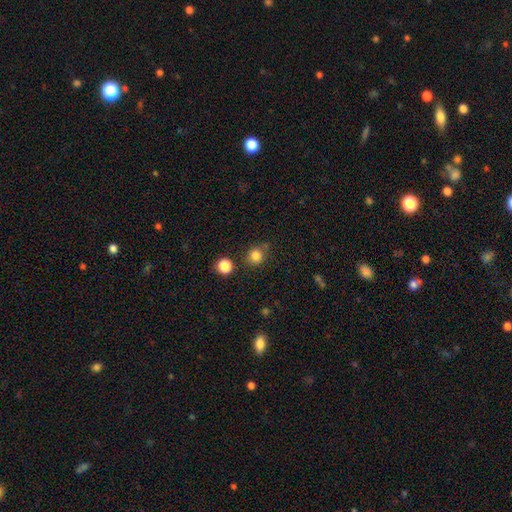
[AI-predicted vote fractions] A smooth galaxy with no disk features (82%) that is round (79%). Merging: none (73%).